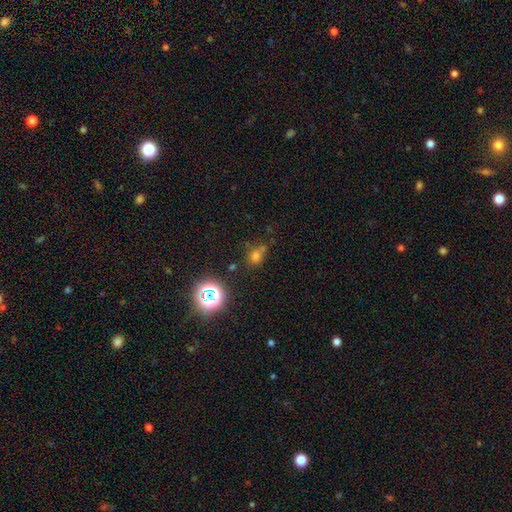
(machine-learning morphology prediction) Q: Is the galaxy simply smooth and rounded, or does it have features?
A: smooth — 63%.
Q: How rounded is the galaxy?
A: round — 66%.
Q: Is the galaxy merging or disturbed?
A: none — 54%.